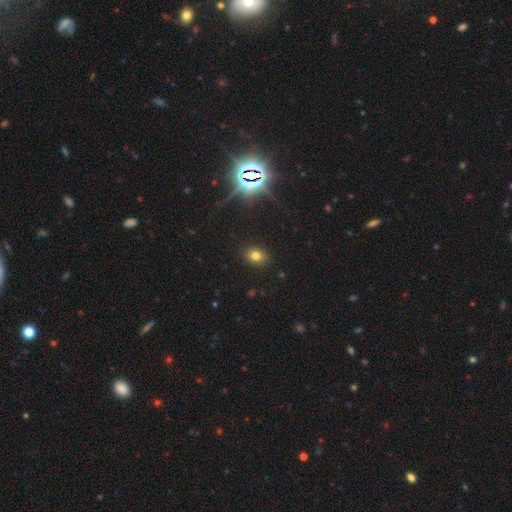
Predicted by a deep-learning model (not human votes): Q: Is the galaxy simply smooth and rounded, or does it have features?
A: smooth — 74%.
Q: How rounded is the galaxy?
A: in between — 58%.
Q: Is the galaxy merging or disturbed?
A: none — 87%.